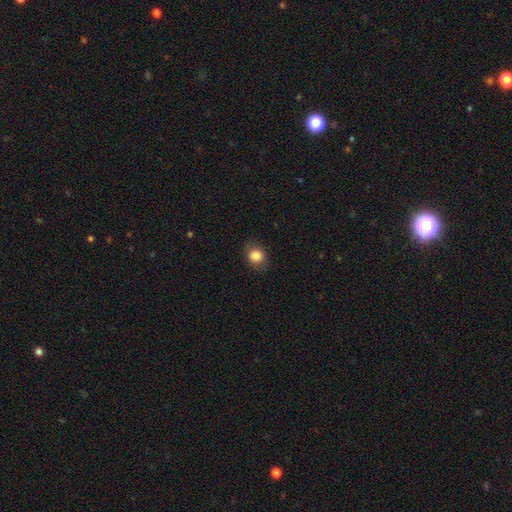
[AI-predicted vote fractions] Q: Smooth or featured?
A: smooth (84%); runner-up: star or artifact (9%)
Q: How rounded?
A: round (73%); runner-up: in between (26%)
Q: Merging?
A: none (83%); runner-up: minor disturbance (12%)